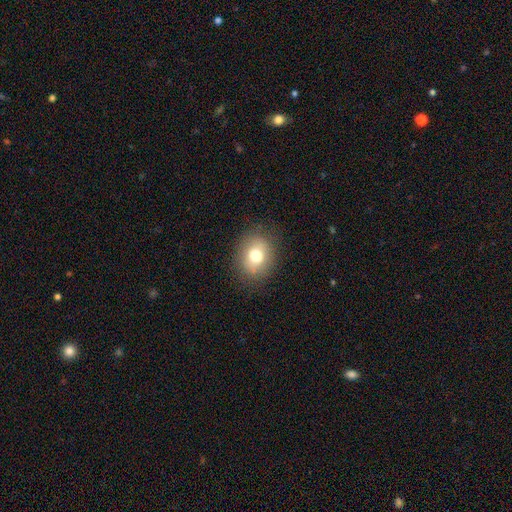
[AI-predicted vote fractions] A smooth galaxy with no disk features (74%) that is round (56%).

Vote fractions:
- Smooth or featured? smooth: 74% / featured or disk: 15% / star or artifact: 11%
- How rounded? round: 56% / in between: 43% / cigar-shaped: 1%
- Merging? none: 84% / minor disturbance: 11% / major disturbance: 4% / merger: 1%